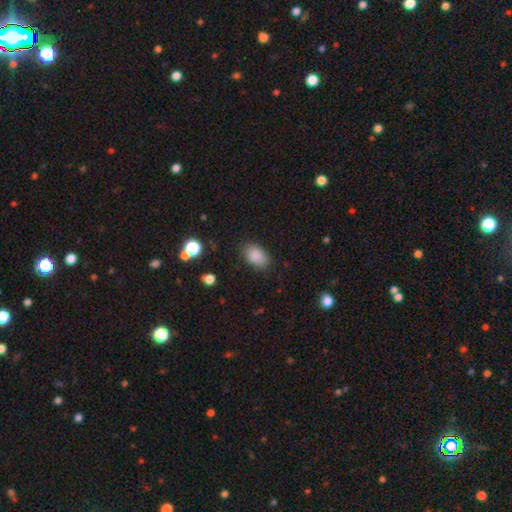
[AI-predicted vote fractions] Smooth or featured: smooth — 87% (star or artifact — 9%)
How rounded: in between — 88% (round — 11%)
Merging: none — 82% (minor disturbance — 13%)